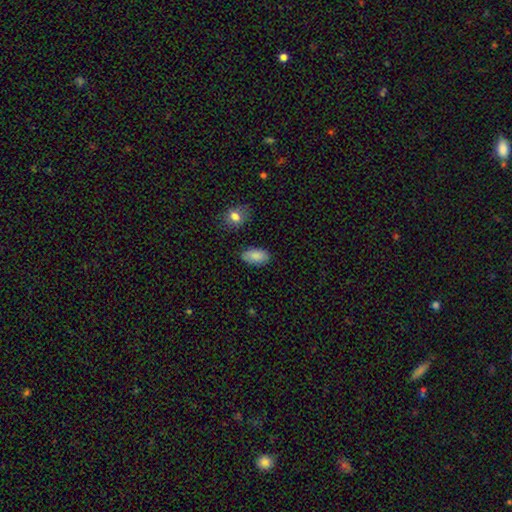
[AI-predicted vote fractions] Q: Smooth or featured?
A: smooth (86%); runner-up: featured or disk (7%)
Q: How rounded?
A: in between (95%); runner-up: round (3%)
Q: Merging?
A: none (82%); runner-up: minor disturbance (13%)